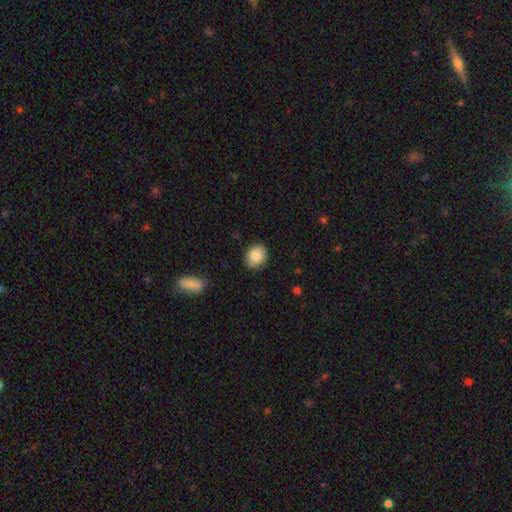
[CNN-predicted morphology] Smooth or featured?
  - smooth: 83% *
  - featured or disk: 10%
  - star or artifact: 7%
How rounded?
  - round: 50% *
  - in between: 49%
  - cigar-shaped: 1%
Merging?
  - none: 86% *
  - minor disturbance: 11%
  - major disturbance: 2%
  - merger: 1%